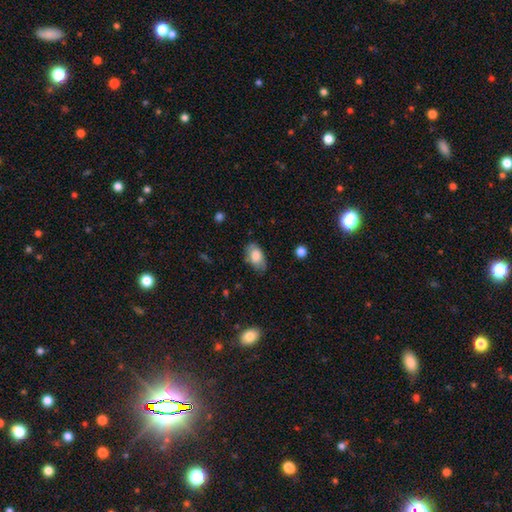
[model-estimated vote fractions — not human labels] Smooth or featured? smooth (75%)
How rounded? in between (91%)
Merging? none (63%)